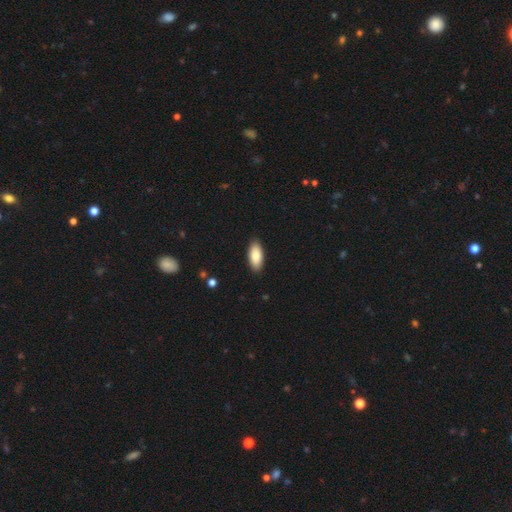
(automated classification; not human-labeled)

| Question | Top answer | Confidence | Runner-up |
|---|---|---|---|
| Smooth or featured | smooth | 87% | featured or disk (7%) |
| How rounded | in between | 89% | cigar-shaped (9%) |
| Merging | none | 90% | minor disturbance (8%) |